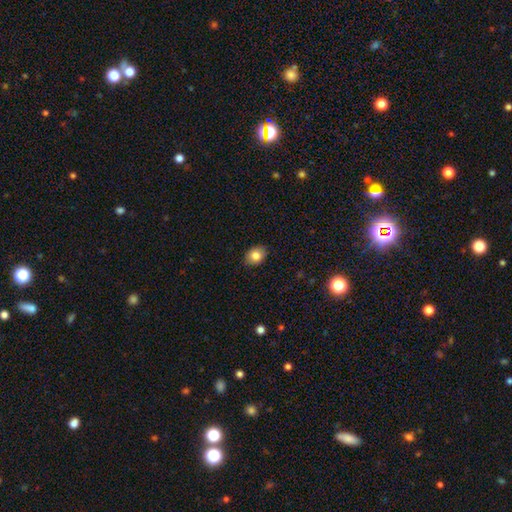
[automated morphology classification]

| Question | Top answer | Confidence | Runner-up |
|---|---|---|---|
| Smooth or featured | smooth | 83% | star or artifact (9%) |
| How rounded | in between | 56% | round (44%) |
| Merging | none | 87% | minor disturbance (10%) |